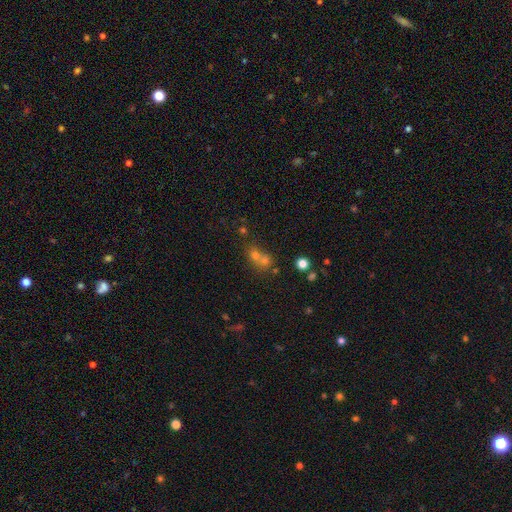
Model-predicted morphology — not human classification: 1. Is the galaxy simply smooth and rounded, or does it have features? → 53% smooth, 30% star or artifact, 17% featured or disk.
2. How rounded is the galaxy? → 77% round, 21% in between, 2% cigar-shaped.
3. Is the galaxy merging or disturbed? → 51% merger, 39% none, 6% minor disturbance, 4% major disturbance.